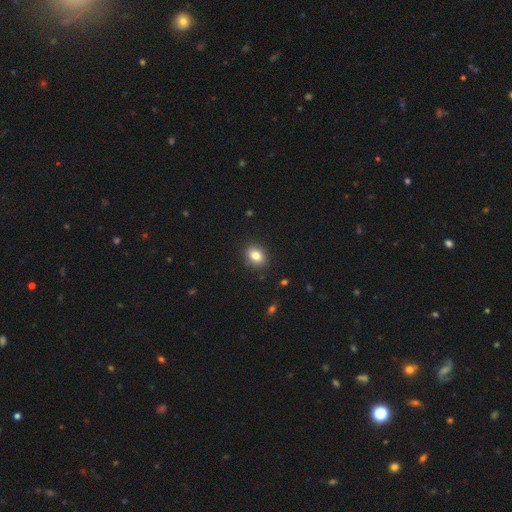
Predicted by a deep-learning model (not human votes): Q: Smooth or featured?
A: smooth (82%); runner-up: star or artifact (10%)
Q: How rounded?
A: in between (56%); runner-up: round (43%)
Q: Merging?
A: none (89%); runner-up: minor disturbance (8%)